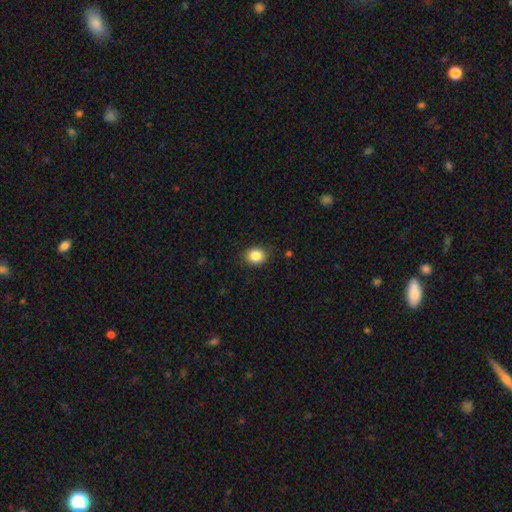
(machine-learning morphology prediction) type=smooth (86%); roundness=round (64%); merging=none (86%).